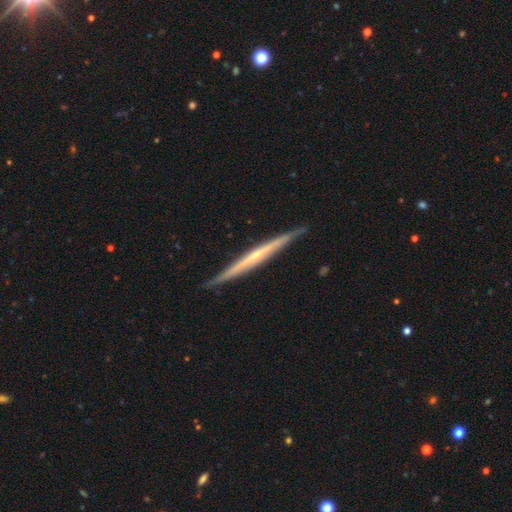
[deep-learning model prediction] smooth_or_featured: featured or disk (p=0.73) [alt: smooth p=0.23]
disk_edge_on: yes (p=0.98) [alt: no p=0.02]
edge_on_bulge: none (p=0.62) [alt: rounded p=0.31]
merging: none (p=0.89) [alt: minor disturbance p=0.08]